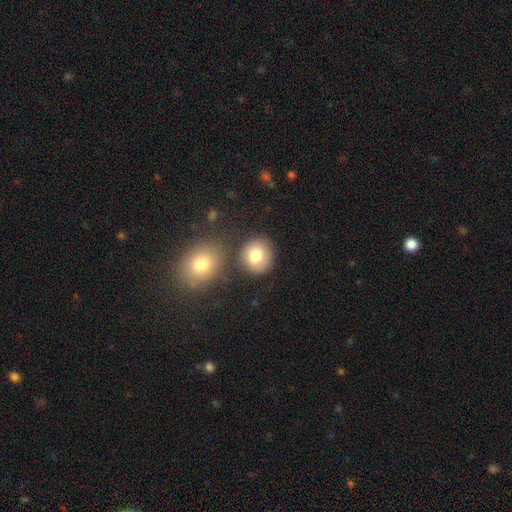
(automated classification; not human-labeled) Smooth or featured? smooth (81%)
How rounded? round (81%)
Merging? none (76%)